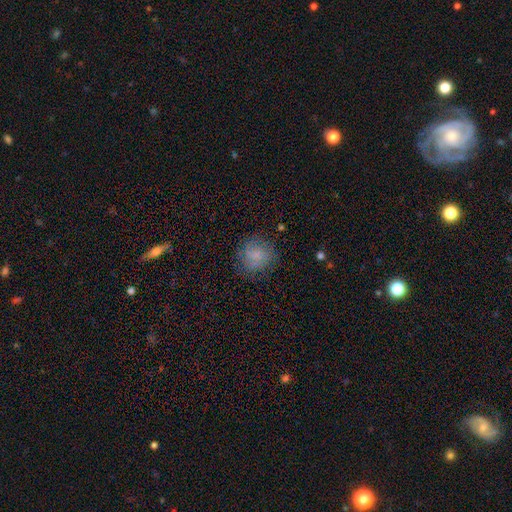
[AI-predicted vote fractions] This appears to be a smooth galaxy with no disk features (74%) that is round (83%). Merging: none (74%).